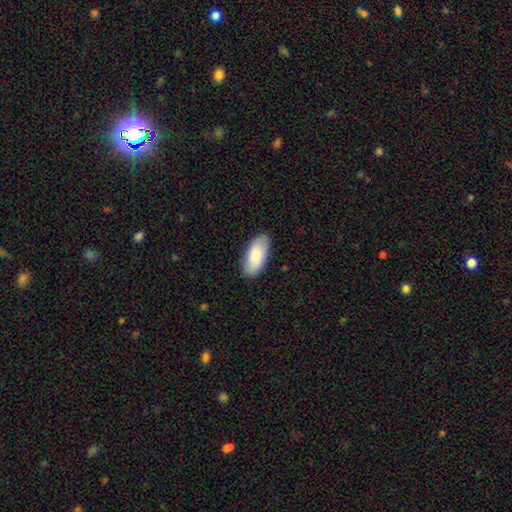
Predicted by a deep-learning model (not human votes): This is likely a smooth galaxy (80%). How rounded: clearly in between (92%). Merging: clearly none (86%).